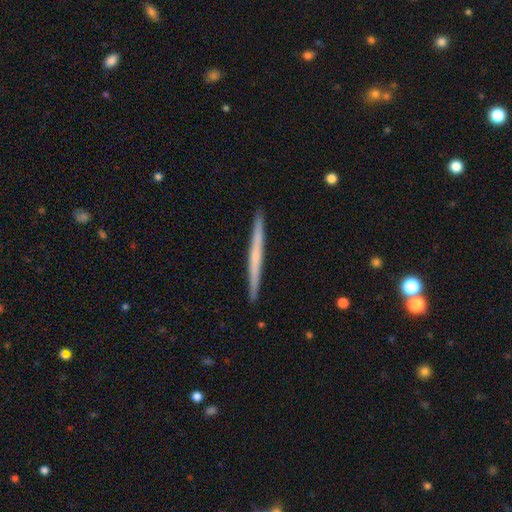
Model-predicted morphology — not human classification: Smooth or featured?
  - featured or disk: 52% *
  - smooth: 42%
  - star or artifact: 6%
Edge-on disk?
  - yes: 98% *
  - no: 2%
Edge-on bulge?
  - none: 79% *
  - rounded: 16%
  - boxy: 5%
Merging?
  - none: 93% *
  - minor disturbance: 5%
  - major disturbance: 1%
  - merger: 1%